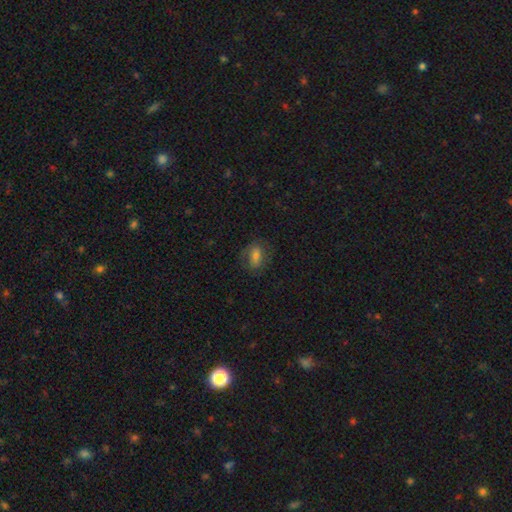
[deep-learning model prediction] Smooth or featured: smooth — 63% (featured or disk — 27%)
How rounded: in between — 77% (round — 19%)
Merging: none — 74% (minor disturbance — 16%)